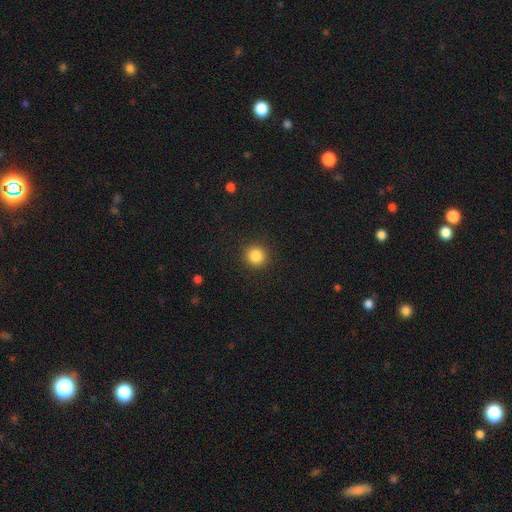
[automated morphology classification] smooth 85%, star or artifact 11%, featured or disk 4%. Down the decision tree: how rounded — round (93%); merging — none (92%).